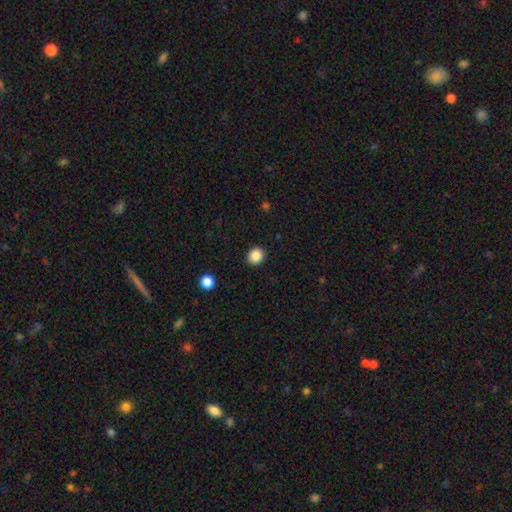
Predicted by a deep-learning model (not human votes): Smooth or featured: smooth — 86% (star or artifact — 10%)
How rounded: round — 82% (in between — 18%)
Merging: none — 91% (minor disturbance — 6%)